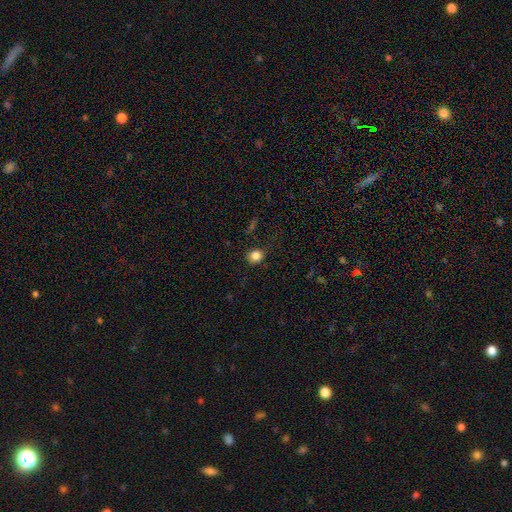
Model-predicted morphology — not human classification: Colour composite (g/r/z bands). It shows a smooth galaxy with no disk features (83%) that is round (85%). Merging: none (83%).